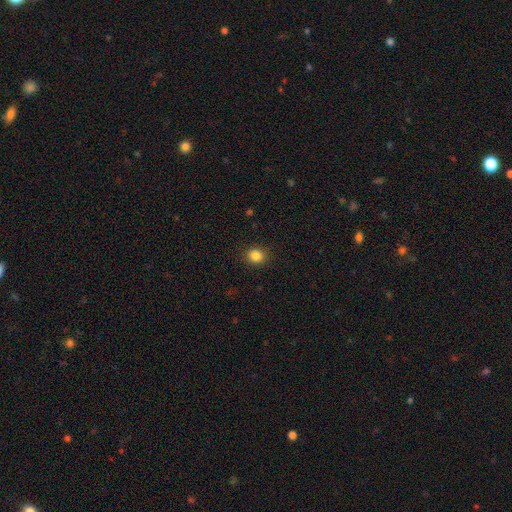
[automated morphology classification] type=smooth (85%); roundness=round (80%); merging=none (89%).